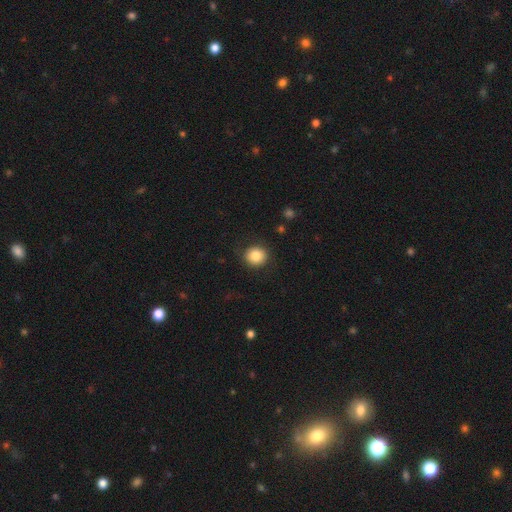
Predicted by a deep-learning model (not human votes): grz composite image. It shows a smooth galaxy with no disk features (84%) that is round (87%). Merging: none (87%).